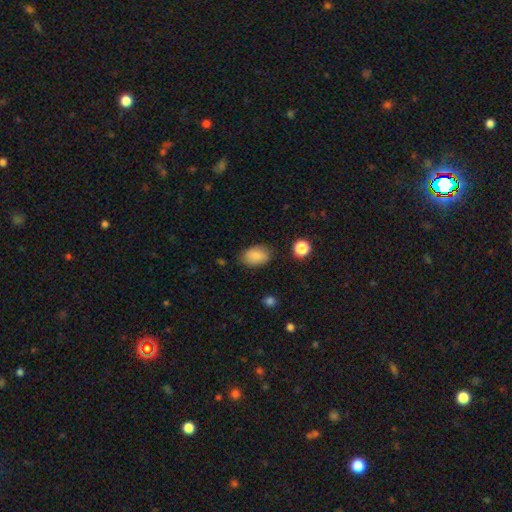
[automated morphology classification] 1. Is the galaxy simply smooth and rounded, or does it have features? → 82% smooth, 9% featured or disk, 8% star or artifact.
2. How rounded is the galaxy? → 85% in between, 14% round, 1% cigar-shaped.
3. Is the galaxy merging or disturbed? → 78% none, 16% minor disturbance, 4% major disturbance, 2% merger.